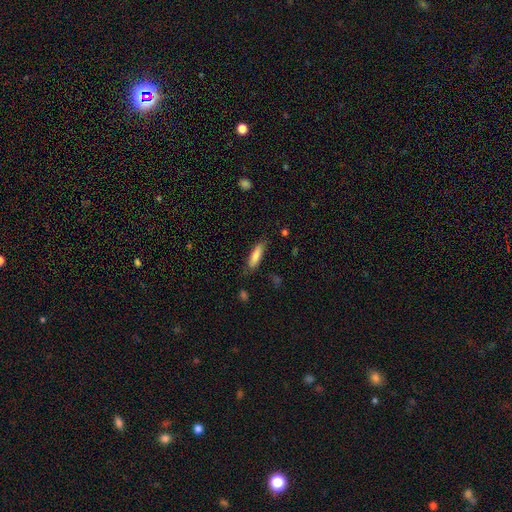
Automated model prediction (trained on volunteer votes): A smooth galaxy with no disk features (80%) that is cigar-shaped (61%). Merging: none (77%).